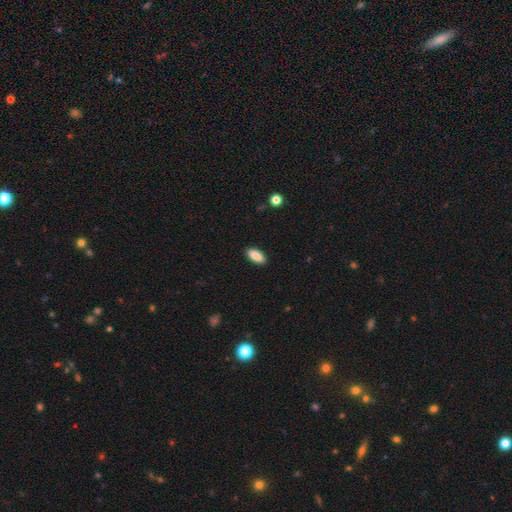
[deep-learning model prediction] Smooth or featured? smooth (88%)
How rounded? in between (82%)
Merging? none (89%)